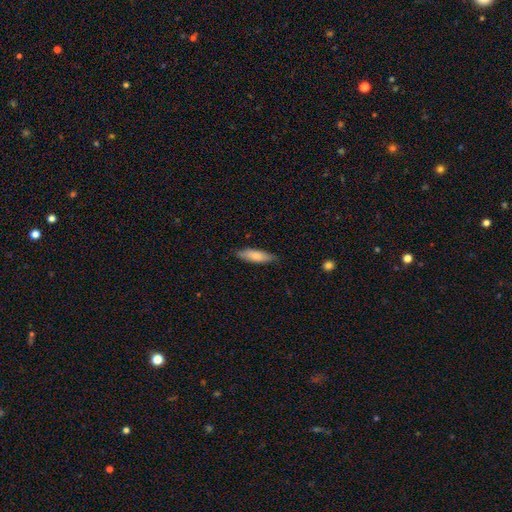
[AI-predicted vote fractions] This appears to be a smooth galaxy with no disk features (82%) that is cigar-shaped (50%). Merging: none (83%).